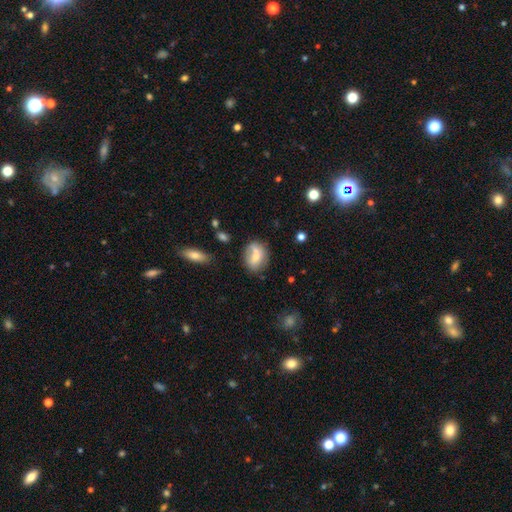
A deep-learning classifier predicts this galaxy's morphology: A smooth galaxy with no disk features (64%) that is in between round and cigar-shaped (57%). Merging: none (55%).